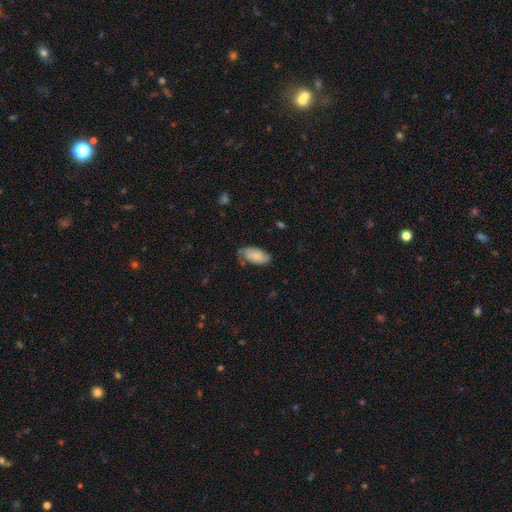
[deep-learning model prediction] smooth_or_featured: smooth (p=0.70) [alt: featured or disk p=0.24]
how_rounded: in between (p=0.93) [alt: cigar-shaped p=0.04]
merging: none (p=0.61) [alt: minor disturbance p=0.30]